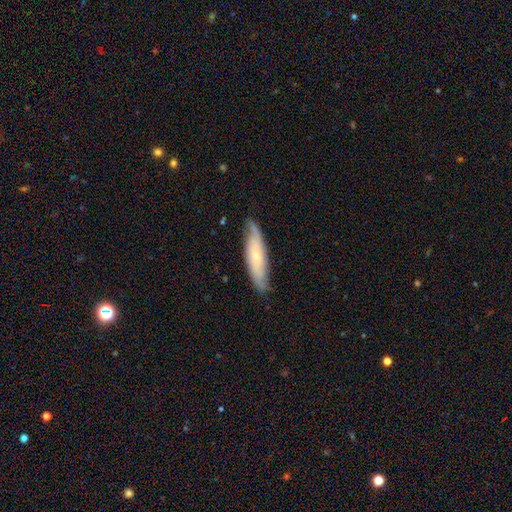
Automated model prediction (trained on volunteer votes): Morphology: type=featured or disk (55%); edge-on=no (63%); merging=none (78%).